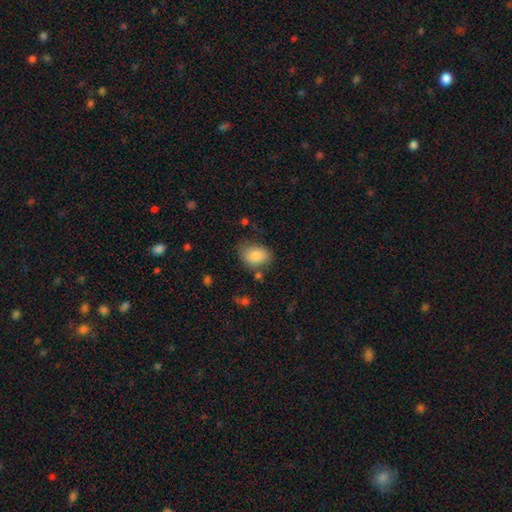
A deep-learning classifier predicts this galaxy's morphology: smooth_or_featured: smooth (p=0.84) [alt: featured or disk p=0.08]
how_rounded: in between (p=0.74) [alt: round p=0.25]
merging: none (p=0.66) [alt: minor disturbance p=0.23]